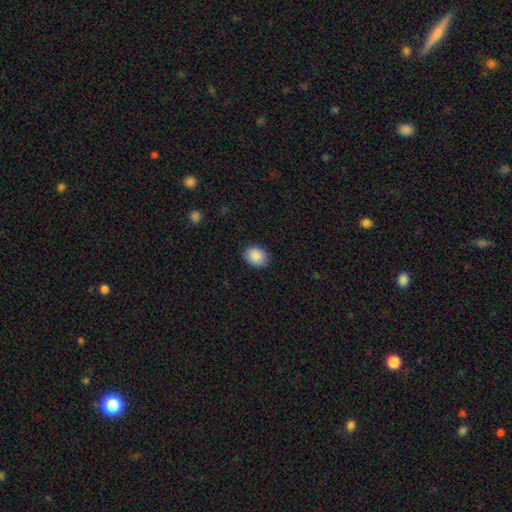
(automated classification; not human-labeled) Smooth or featured? smooth (89%)
How rounded? in between (67%)
Merging? none (86%)